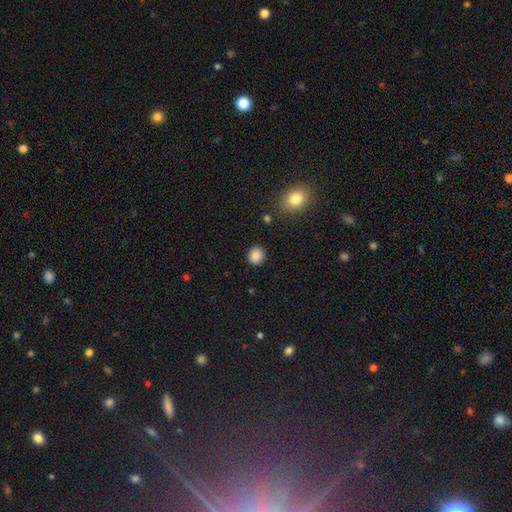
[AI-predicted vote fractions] smooth 87%, star or artifact 10%, featured or disk 3%. Down the decision tree: how rounded — round (83%); merging — none (89%).